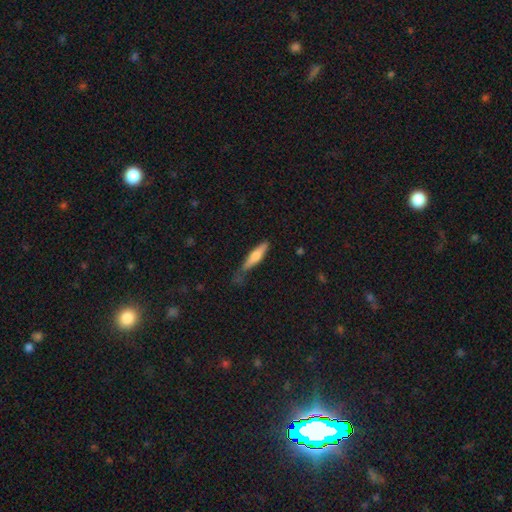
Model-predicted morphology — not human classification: Q: Smooth or featured?
A: smooth (62%); runner-up: featured or disk (33%)
Q: How rounded?
A: cigar-shaped (82%); runner-up: in between (16%)
Q: Merging?
A: none (58%); runner-up: minor disturbance (31%)